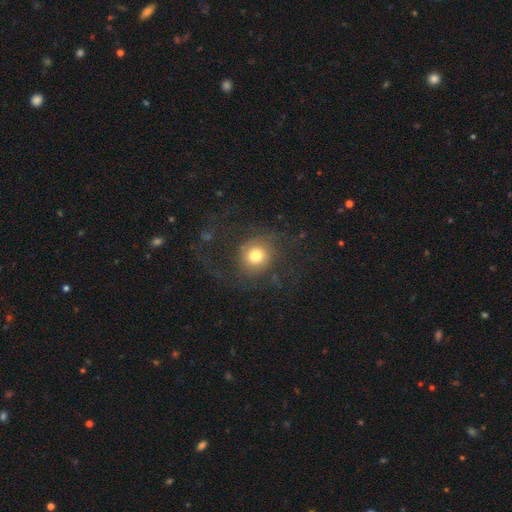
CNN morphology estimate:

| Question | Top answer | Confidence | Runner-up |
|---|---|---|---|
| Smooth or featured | smooth | 64% | featured or disk (24%) |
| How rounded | round | 85% | in between (14%) |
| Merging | none | 59% | major disturbance (25%) |